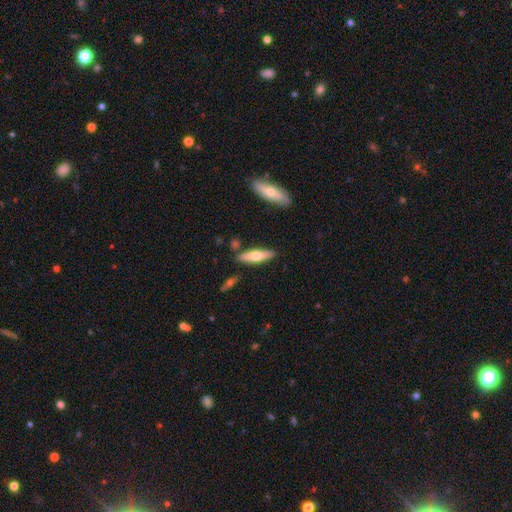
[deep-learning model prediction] Smooth or featured? Predicted: smooth (p=0.60). How rounded? Predicted: cigar-shaped (p=0.61). Merging? Predicted: none (p=0.82).